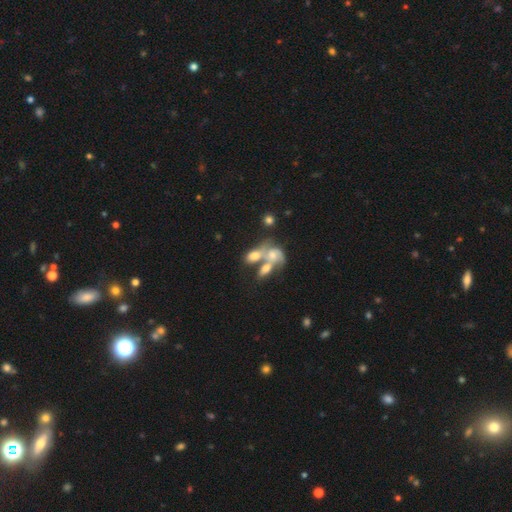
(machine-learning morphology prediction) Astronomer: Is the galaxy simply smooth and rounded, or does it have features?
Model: featured or disk — 46% (runner-up: smooth, 40%).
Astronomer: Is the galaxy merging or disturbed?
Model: merger — 66%.